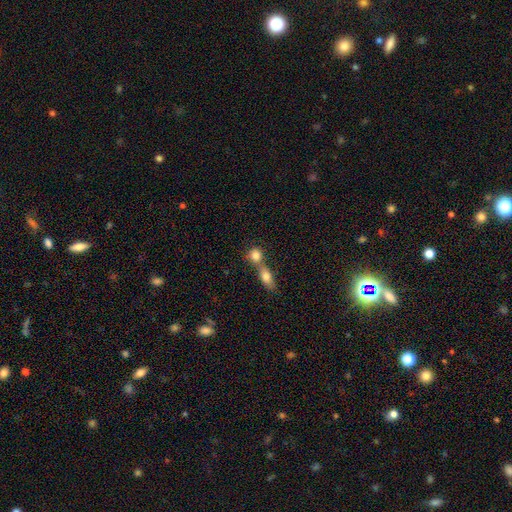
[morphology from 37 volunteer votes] Volunteers were most divided on "merging": merger: 64%, none: 31%, minor disturbance: 3%, major disturbance: 3%. More confident: smooth or featured — smooth (81%); how rounded — round (70%).